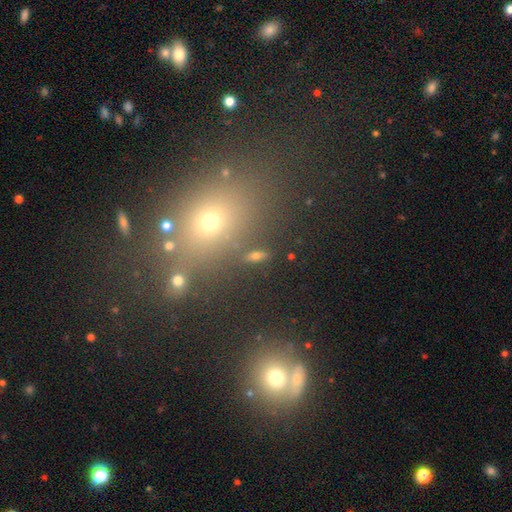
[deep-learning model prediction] Smooth or featured?
  - smooth: 55% *
  - star or artifact: 27%
  - featured or disk: 18%
How rounded?
  - in between: 63% *
  - round: 22%
  - cigar-shaped: 15%
Merging?
  - none: 79% *
  - minor disturbance: 10%
  - merger: 7%
  - major disturbance: 5%